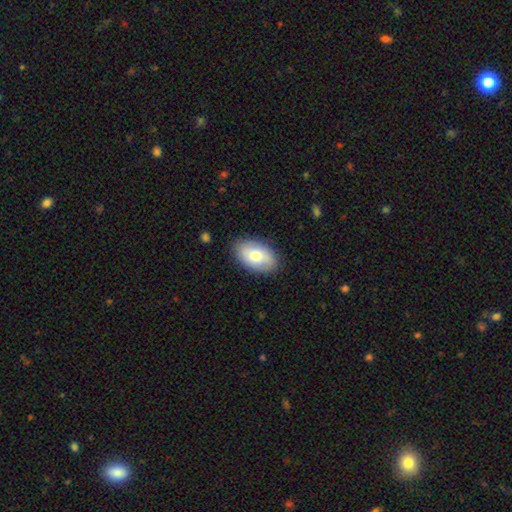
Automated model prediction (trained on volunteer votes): Smooth or featured? Predicted: smooth (p=0.71). How rounded? Predicted: in between (p=0.92). Merging? Predicted: none (p=0.86).